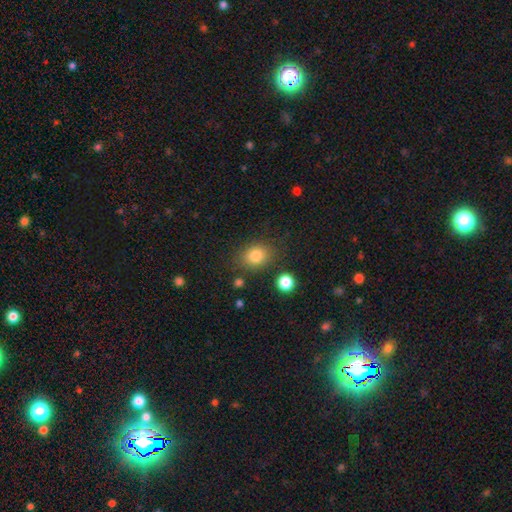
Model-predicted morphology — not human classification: Smooth or featured? smooth (82%)
How rounded? in between (56%)
Merging? none (78%)